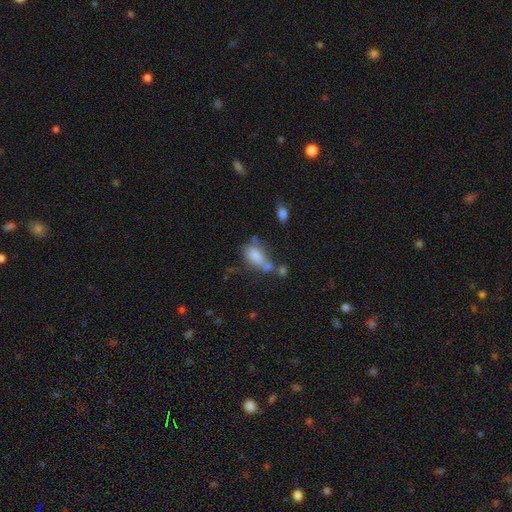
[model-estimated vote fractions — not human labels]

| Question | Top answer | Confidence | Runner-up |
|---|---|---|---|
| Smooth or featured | smooth | 71% | featured or disk (19%) |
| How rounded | in between | 85% | cigar-shaped (9%) |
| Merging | merger | 31% | none (30%) |